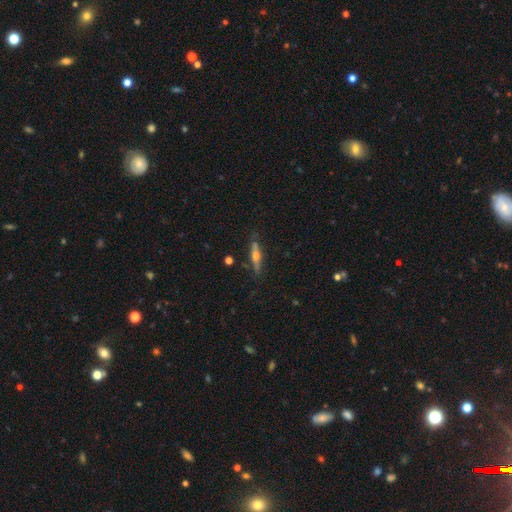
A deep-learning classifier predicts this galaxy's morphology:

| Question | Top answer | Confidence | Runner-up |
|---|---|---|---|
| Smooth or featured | featured or disk | 65% | smooth (28%) |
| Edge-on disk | yes | 94% | no (6%) |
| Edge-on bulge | rounded | 91% | none (5%) |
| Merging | none | 80% | minor disturbance (13%) |